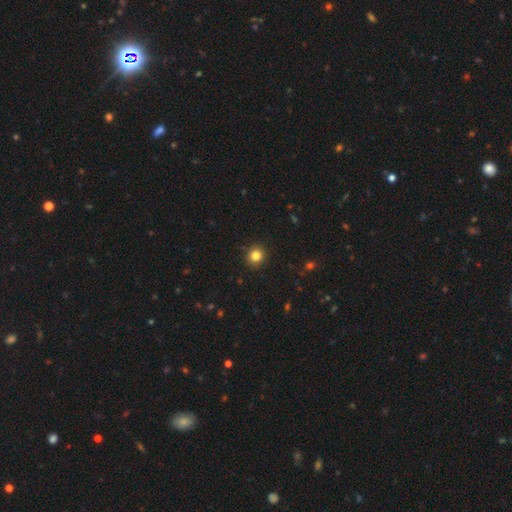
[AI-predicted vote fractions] smooth-or-featured: smooth: 83% | star or artifact: 12% | featured or disk: 5%
  how-rounded: round: 89% | in between: 10% | cigar-shaped: 1%
  merging: none: 91% | minor disturbance: 6% | major disturbance: 2% | merger: 1%